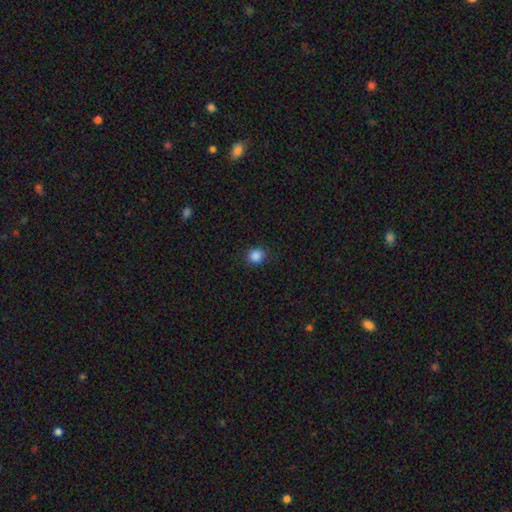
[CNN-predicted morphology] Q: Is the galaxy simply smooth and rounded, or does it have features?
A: smooth — 86%.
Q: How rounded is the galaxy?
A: round — 82%.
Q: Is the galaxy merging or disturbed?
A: none — 88%.